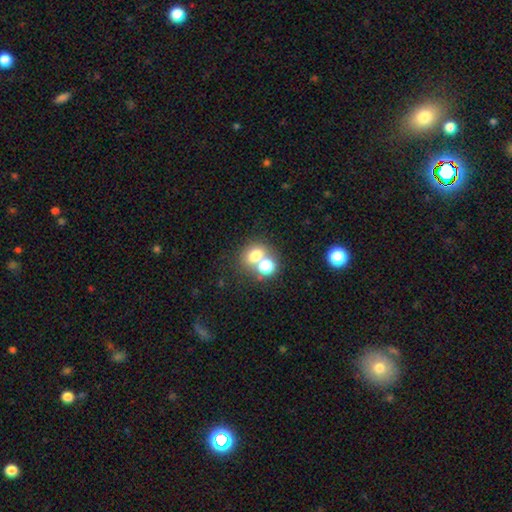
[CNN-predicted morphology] smooth_or_featured: smooth (p=0.70) [alt: star or artifact p=0.15]
how_rounded: round (p=0.59) [alt: in between p=0.40]
merging: merger (p=0.51) [alt: none p=0.38]